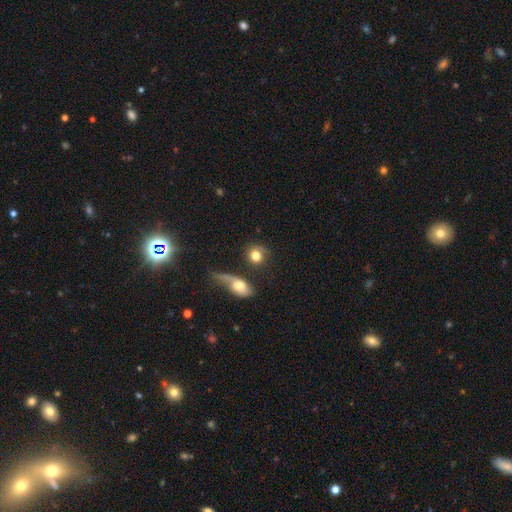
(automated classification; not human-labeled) smooth-or-featured: smooth: 75% | featured or disk: 16% | star or artifact: 9%
  how-rounded: round: 79% | in between: 19% | cigar-shaped: 2%
  merging: none: 53% | merger: 19% | minor disturbance: 16% | major disturbance: 12%